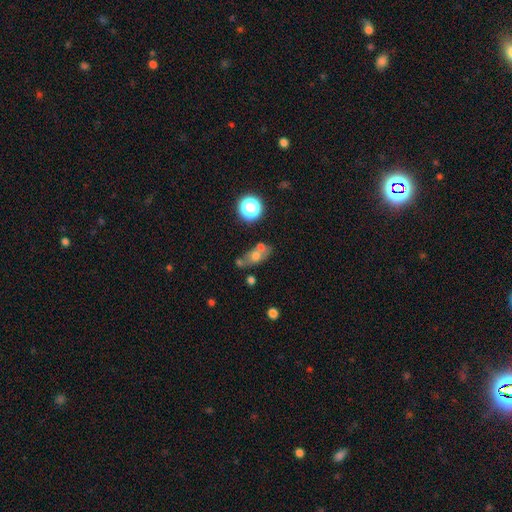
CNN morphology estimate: This is possibly a smooth galaxy (57%). How rounded: likely in between (62%). Merging: possibly none (45%).